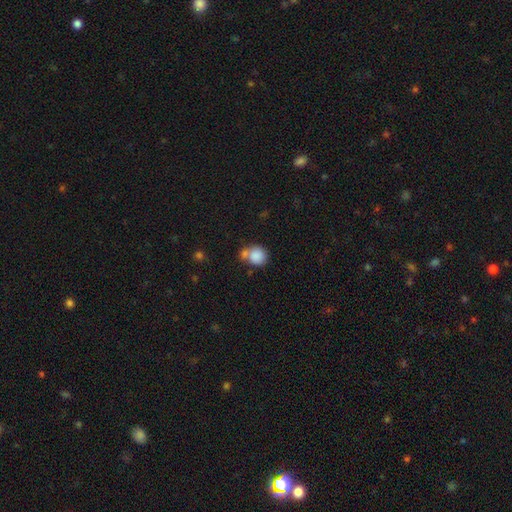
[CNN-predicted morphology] smooth_or_featured: smooth (p=0.85) [alt: star or artifact p=0.09]
how_rounded: round (p=0.82) [alt: in between p=0.17]
merging: none (p=0.48) [alt: merger p=0.34]